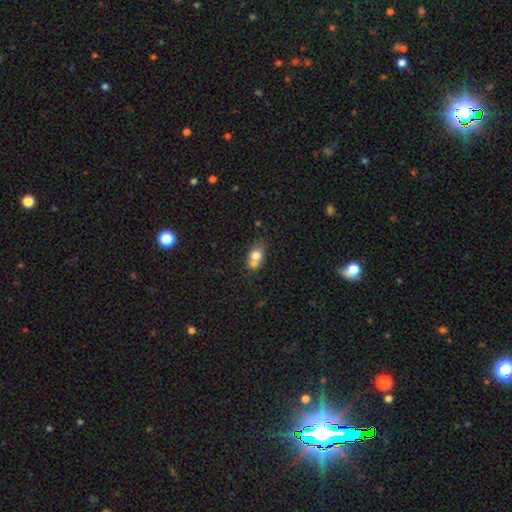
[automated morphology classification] Smooth or featured: smooth — 72% (featured or disk — 18%)
How rounded: in between — 51% (round — 47%)
Merging: merger — 51% (none — 34%)